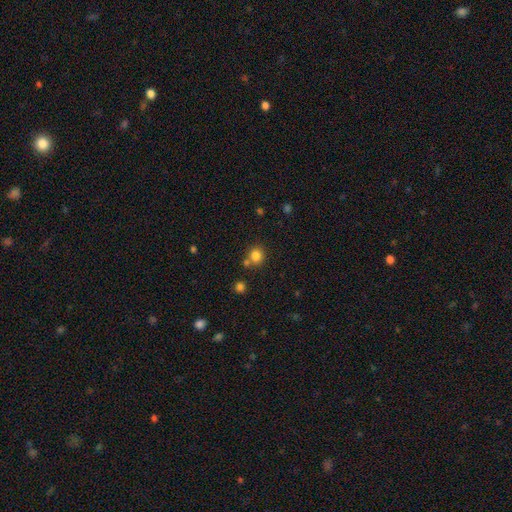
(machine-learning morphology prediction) This is clearly a smooth galaxy (82%). How rounded: clearly round (84%). Merging: likely none (68%).